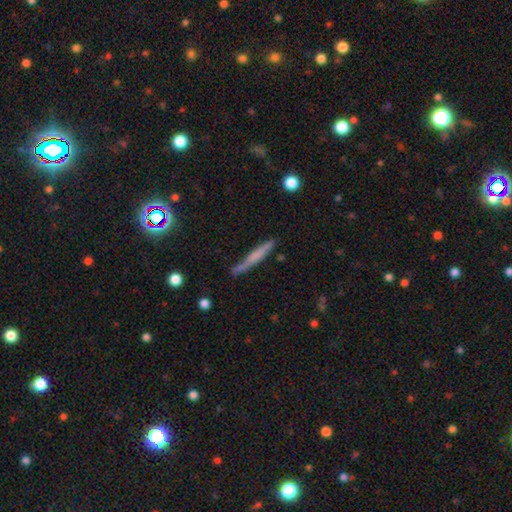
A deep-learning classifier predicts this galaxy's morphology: A smooth galaxy with no disk features (49%). Merging: none (79%).